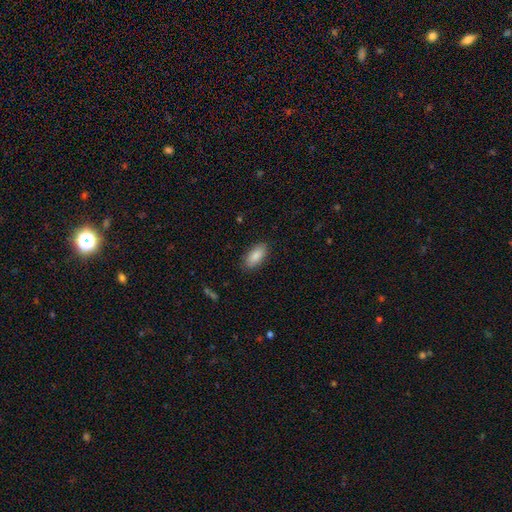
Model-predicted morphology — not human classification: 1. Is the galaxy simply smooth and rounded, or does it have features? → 88% smooth, 6% star or artifact, 6% featured or disk.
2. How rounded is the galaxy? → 89% in between, 9% cigar-shaped, 2% round.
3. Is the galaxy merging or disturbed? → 86% none, 11% minor disturbance, 3% major disturbance, 1% merger.